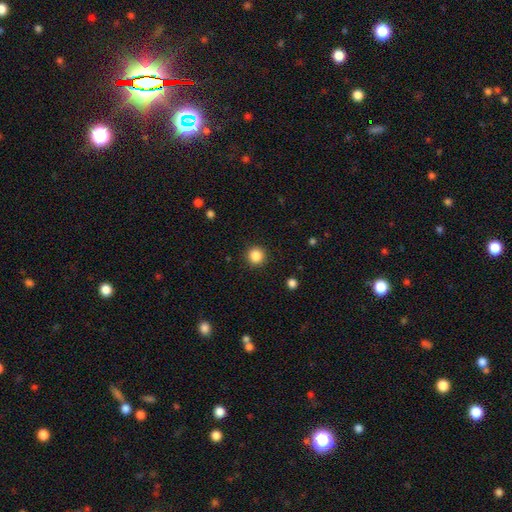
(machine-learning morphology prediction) Q: Smooth or featured?
A: smooth (86%); runner-up: star or artifact (11%)
Q: How rounded?
A: round (94%); runner-up: in between (5%)
Q: Merging?
A: none (92%); runner-up: minor disturbance (5%)